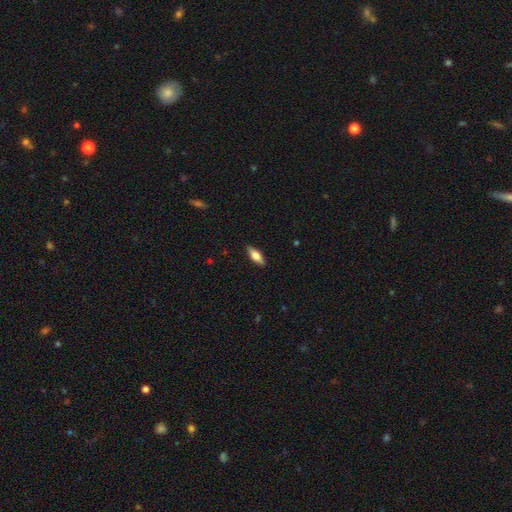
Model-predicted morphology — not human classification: The model was most divided on "how rounded": in between: 67%, cigar-shaped: 31%, round: 2%. More confident: merging — none (89%); smooth or featured — smooth (70%).